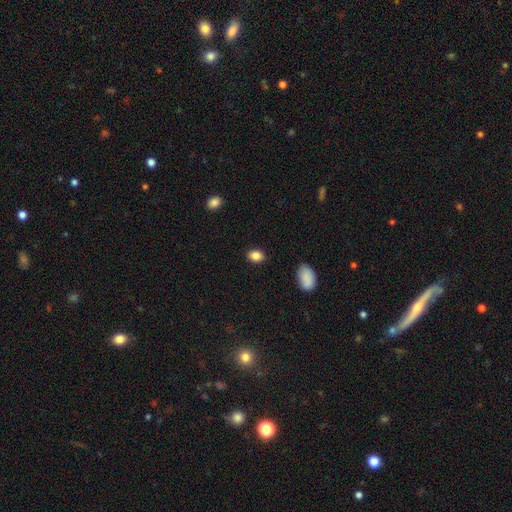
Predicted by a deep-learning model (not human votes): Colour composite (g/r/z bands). It shows a smooth galaxy with no disk features (86%) that is in between round and cigar-shaped (70%). Merging: none (87%).